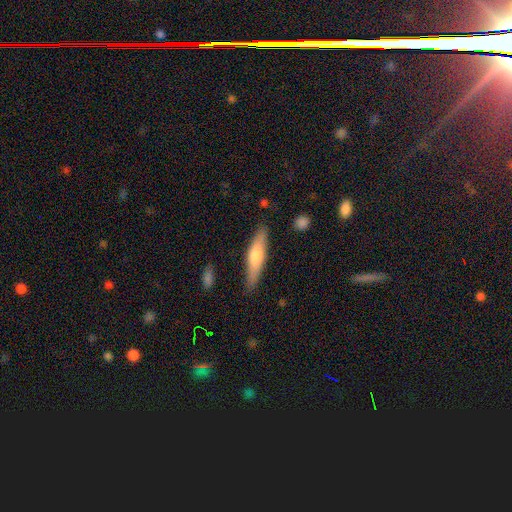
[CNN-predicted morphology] Smooth or featured? smooth (56%)
How rounded? cigar-shaped (77%)
Merging? none (85%)